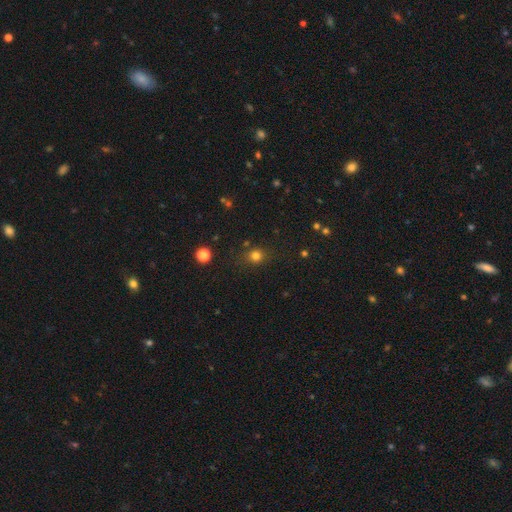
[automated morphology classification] A smooth galaxy with no disk features (78%) that is round (80%). Merging: none (82%).